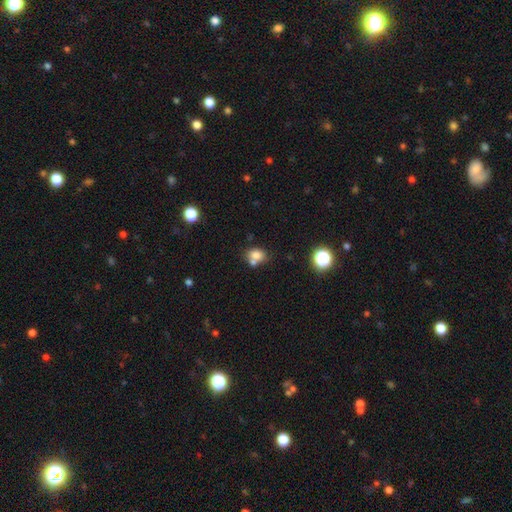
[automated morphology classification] smooth 77%, star or artifact 13%, featured or disk 11%. Down the decision tree: how rounded — in between (53%); merging — none (46%).